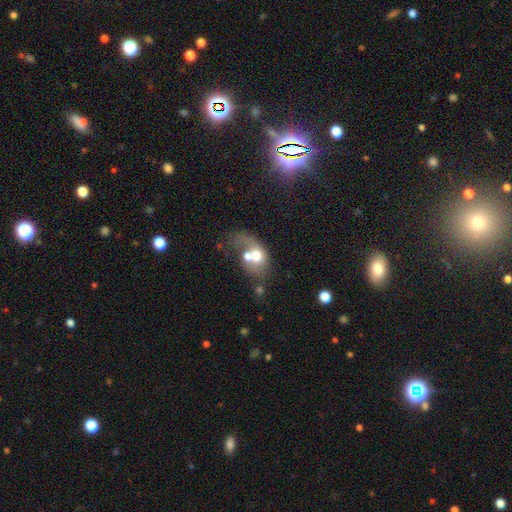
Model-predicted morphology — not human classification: Overall: smooth (52%; featured or disk 38%). How rounded: in between (60%; round 38%). Merging: merger (53%; major disturbance 20%).